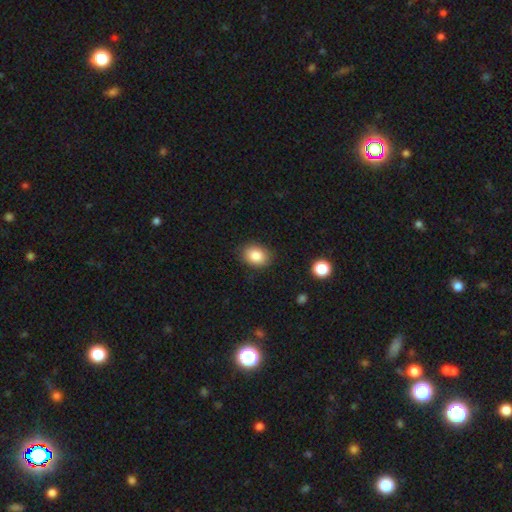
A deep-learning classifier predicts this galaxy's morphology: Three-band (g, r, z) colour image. It shows a smooth galaxy with no disk features (86%) that is in between round and cigar-shaped (65%). Merging: none (85%).